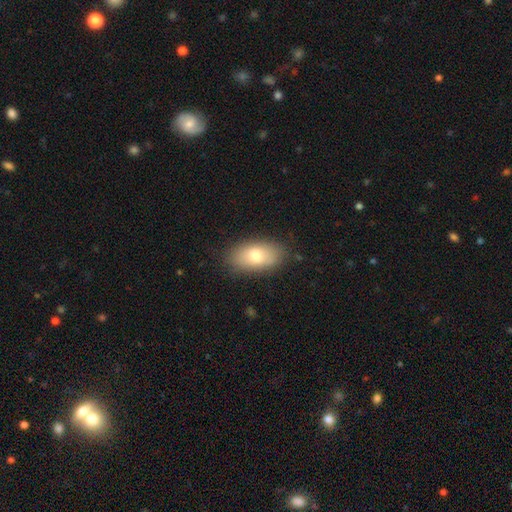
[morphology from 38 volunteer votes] smooth_or_featured: smooth (p=0.76) [alt: featured or disk p=0.21]
how_rounded: in between (p=1.00)
merging: none (p=0.86) [alt: minor disturbance p=0.14]